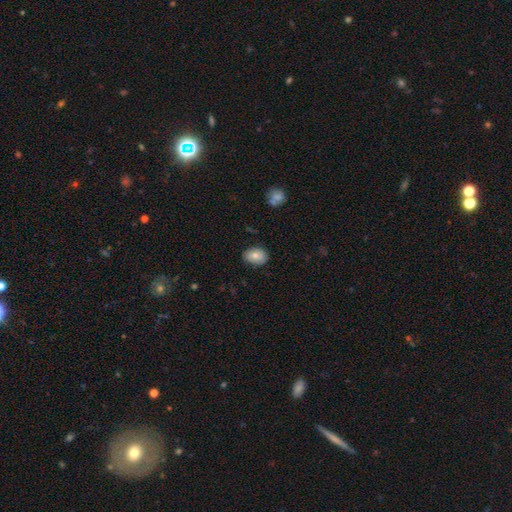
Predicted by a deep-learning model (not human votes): This is likely a smooth galaxy (74%). How rounded: likely in between (78%). Merging: likely none (80%).